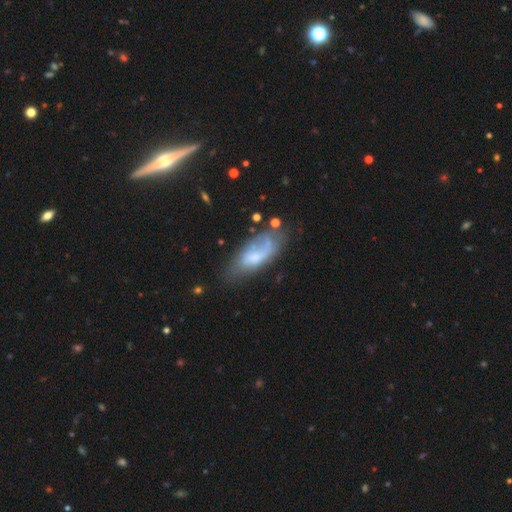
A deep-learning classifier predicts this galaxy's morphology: Smooth or featured? Predicted: smooth (p=0.49). Merging? Predicted: none (p=0.46).